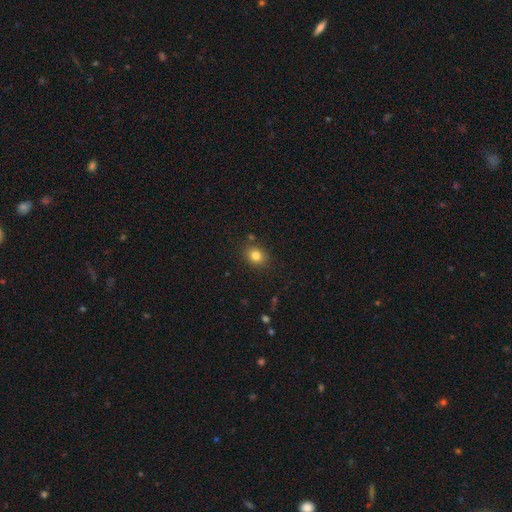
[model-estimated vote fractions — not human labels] Smooth or featured?
  - smooth: 81% *
  - star or artifact: 12%
  - featured or disk: 7%
How rounded?
  - round: 59% *
  - in between: 40%
  - cigar-shaped: 1%
Merging?
  - none: 85% *
  - minor disturbance: 10%
  - merger: 3%
  - major disturbance: 3%